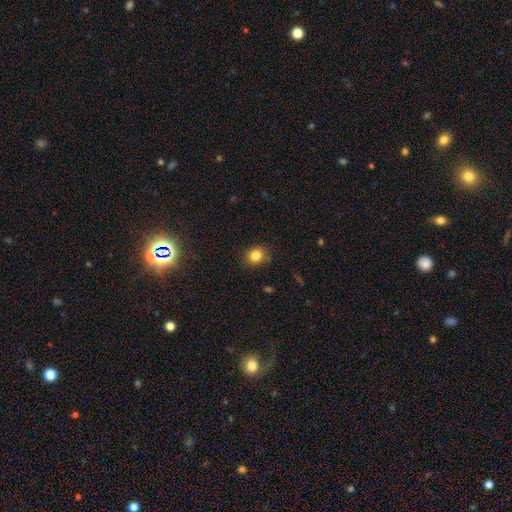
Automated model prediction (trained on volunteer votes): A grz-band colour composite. It shows a smooth galaxy with no disk features (83%) that is round (71%). Merging: none (85%).